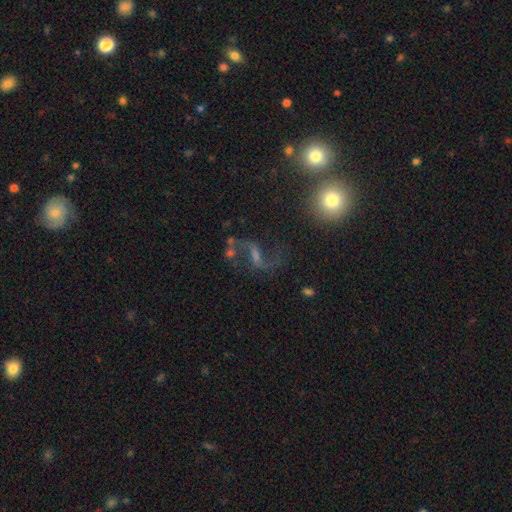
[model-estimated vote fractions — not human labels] Q: Smooth or featured?
A: featured or disk (79%); runner-up: star or artifact (12%)
Q: Edge-on disk?
A: no (97%); runner-up: yes (3%)
Q: Bar?
A: weak (46%); runner-up: strong (33%)
Q: Spiral arms?
A: yes (93%); runner-up: no (7%)
Q: Spiral winding?
A: loose (77%); runner-up: medium (19%)
Q: Spiral arm count?
A: 2 (92%); runner-up: 1 (3%)
Q: Bulge size?
A: small (41%); runner-up: moderate (29%)
Q: Merging?
A: none (65%); runner-up: major disturbance (14%)